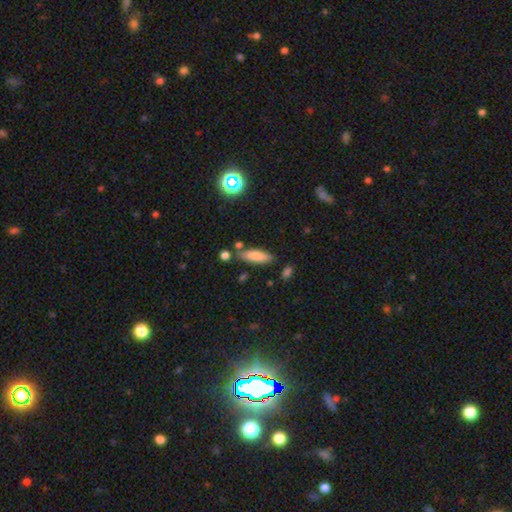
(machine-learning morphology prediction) This is likely a smooth galaxy (77%). How rounded: possibly in between (52%). Merging: likely none (75%).